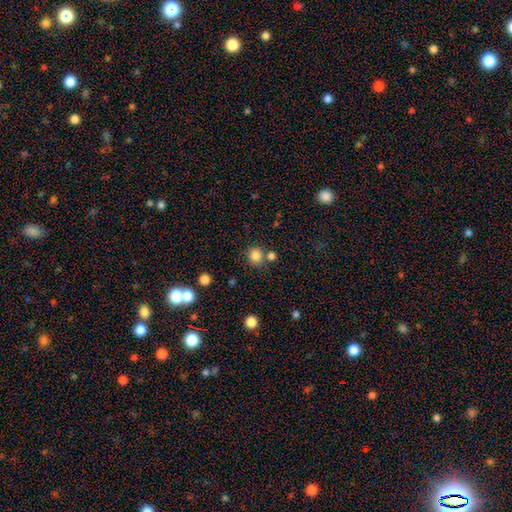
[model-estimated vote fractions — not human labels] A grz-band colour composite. It shows a smooth galaxy with no disk features (83%) that is round (88%). Merging: none (74%).